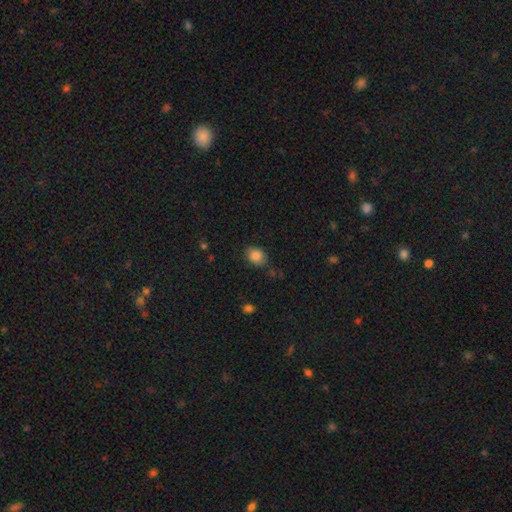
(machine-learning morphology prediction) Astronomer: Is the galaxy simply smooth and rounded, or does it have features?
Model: smooth — 86%.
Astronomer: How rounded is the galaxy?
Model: in between — 58% (runner-up: round, 41%).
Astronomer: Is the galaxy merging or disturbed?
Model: none — 75%.